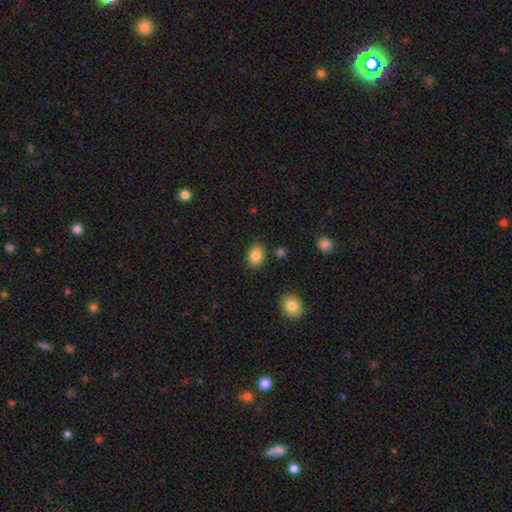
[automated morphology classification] smooth_or_featured: smooth (p=0.85) [alt: star or artifact p=0.09]
how_rounded: in between (p=0.71) [alt: round p=0.28]
merging: none (p=0.83) [alt: minor disturbance p=0.12]